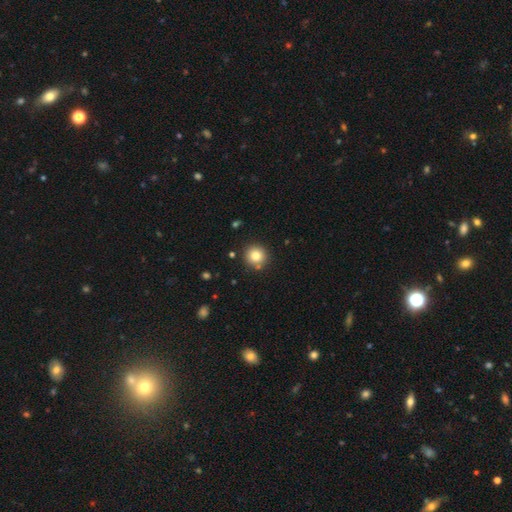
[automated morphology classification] This appears to be a smooth galaxy with no disk features (82%) that is round (93%). Merging: none (85%).